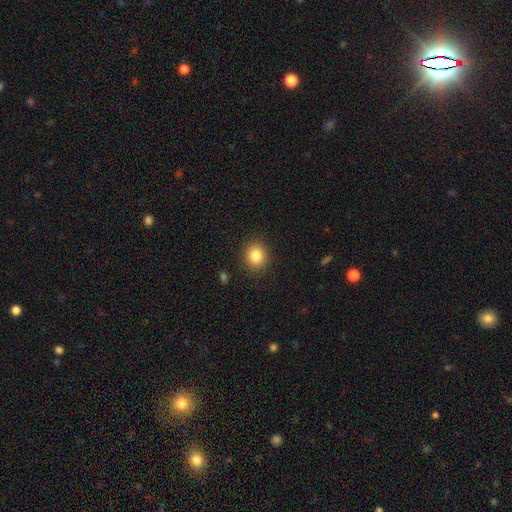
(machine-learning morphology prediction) This appears to be a smooth galaxy with no disk features (83%) that is round (83%). Merging: none (90%).